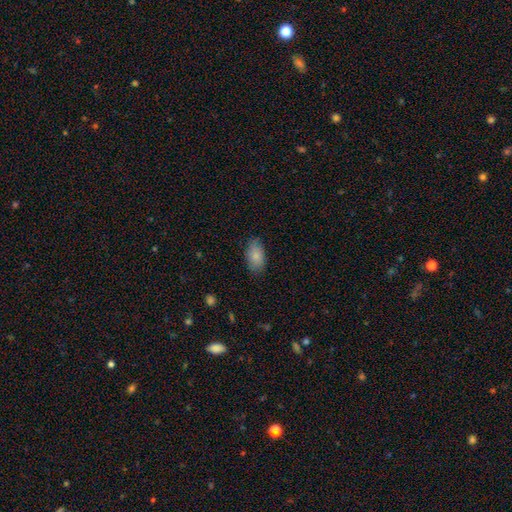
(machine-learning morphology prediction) This appears to be a smooth galaxy with no disk features (85%) that is in between round and cigar-shaped (93%). Merging: none (81%).